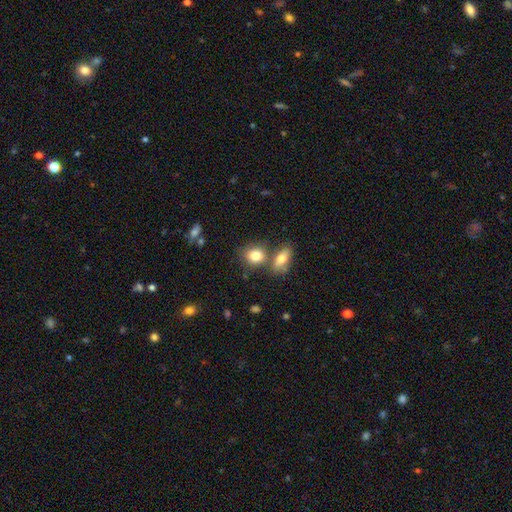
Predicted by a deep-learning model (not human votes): A smooth galaxy with no disk features (82%) that is round (55%). Merging: none (56%).